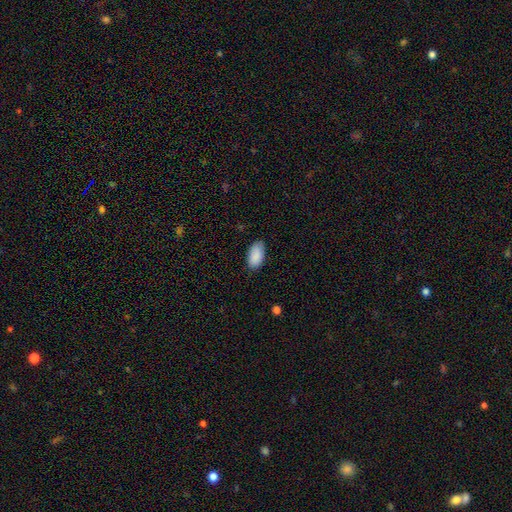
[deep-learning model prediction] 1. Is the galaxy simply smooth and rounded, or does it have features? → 90% smooth, 6% star or artifact, 4% featured or disk.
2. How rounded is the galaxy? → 95% in between, 2% cigar-shaped, 2% round.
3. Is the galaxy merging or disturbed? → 83% none, 14% minor disturbance, 2% major disturbance, 1% merger.